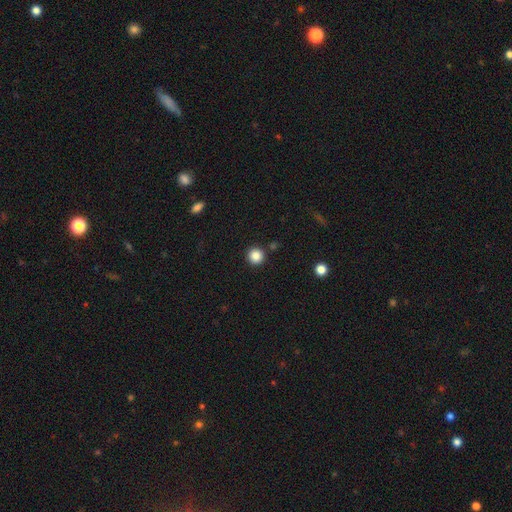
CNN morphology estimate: A smooth galaxy with no disk features (86%) that is round (96%).

Vote fractions:
- Smooth or featured? smooth: 86% / star or artifact: 11% / featured or disk: 4%
- How rounded? round: 96% / in between: 3% / cigar-shaped: 1%
- Merging? none: 91% / minor disturbance: 5% / merger: 3% / major disturbance: 2%